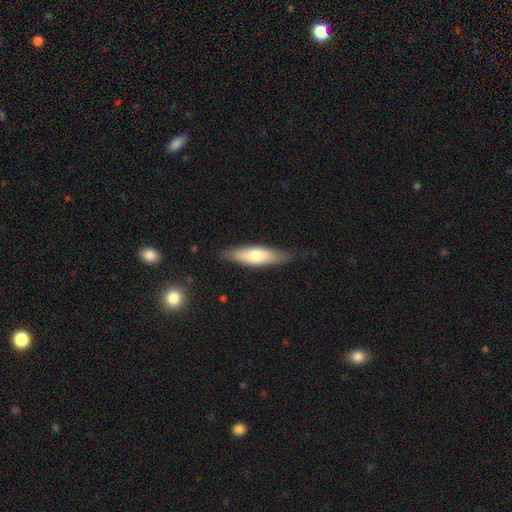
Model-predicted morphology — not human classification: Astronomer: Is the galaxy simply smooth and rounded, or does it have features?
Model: smooth — 63%.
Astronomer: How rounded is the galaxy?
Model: cigar-shaped — 57% (runner-up: in between, 41%).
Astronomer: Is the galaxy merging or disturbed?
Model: none — 81%.